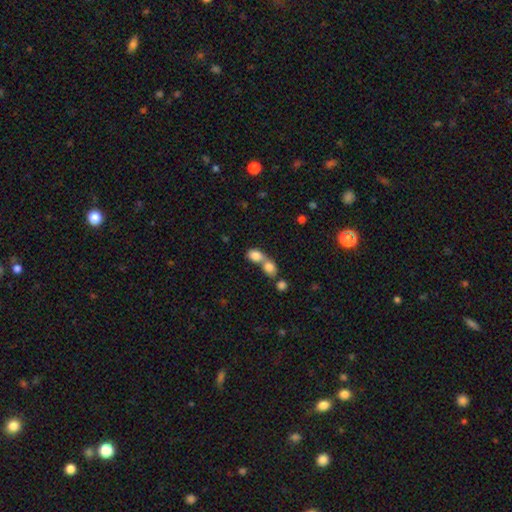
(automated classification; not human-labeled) The model was most divided on "how rounded": in between: 69%, round: 29%, cigar-shaped: 3%. More confident: smooth or featured — smooth (81%); merging — merger (72%).